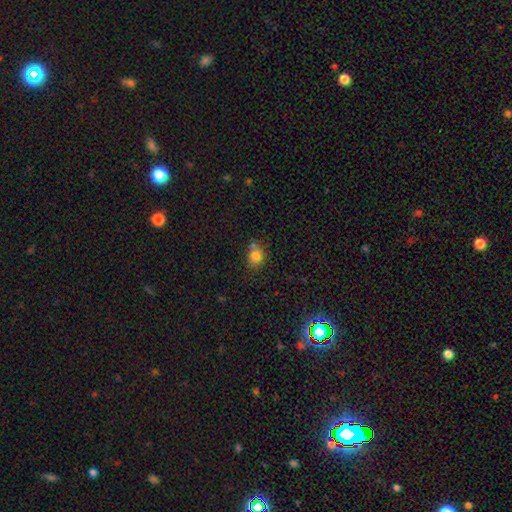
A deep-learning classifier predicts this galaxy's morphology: Smooth or featured?
  - smooth: 79% *
  - star or artifact: 12%
  - featured or disk: 9%
How rounded?
  - round: 67% *
  - in between: 32%
  - cigar-shaped: 1%
Merging?
  - none: 59% *
  - merger: 22%
  - minor disturbance: 15%
  - major disturbance: 4%